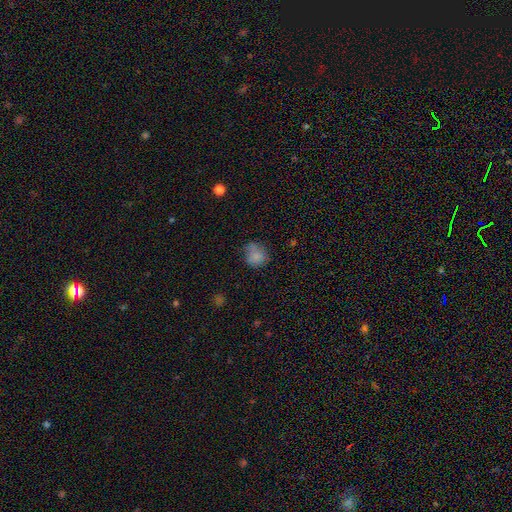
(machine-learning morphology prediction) This appears to be a smooth galaxy with no disk features (78%) that is round (73%). Merging: none (58%).